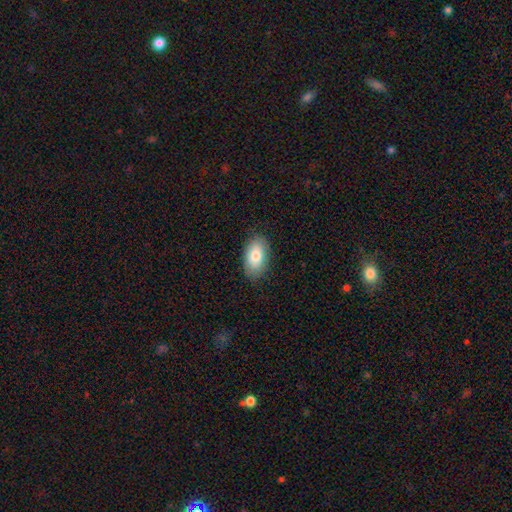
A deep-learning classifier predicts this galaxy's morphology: Smooth or featured? smooth (79%)
How rounded? in between (93%)
Merging? none (85%)